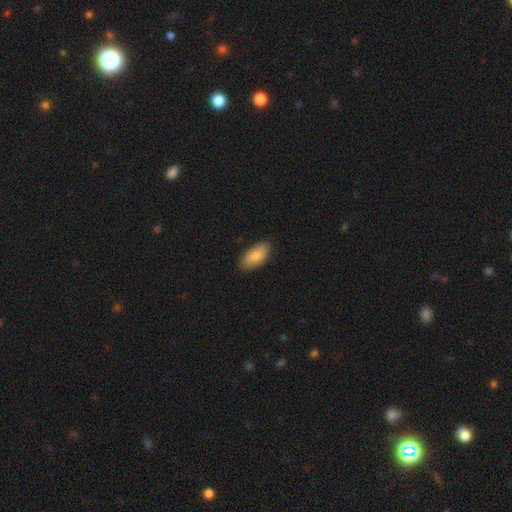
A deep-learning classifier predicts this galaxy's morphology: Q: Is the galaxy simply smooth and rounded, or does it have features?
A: smooth — 84%.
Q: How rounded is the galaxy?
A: in between — 91%.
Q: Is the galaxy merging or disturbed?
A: none — 85%.